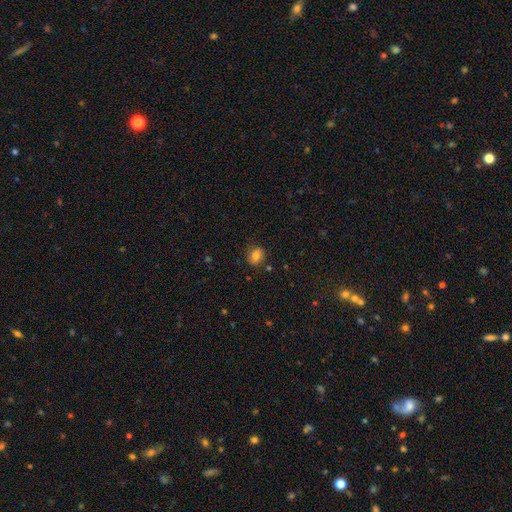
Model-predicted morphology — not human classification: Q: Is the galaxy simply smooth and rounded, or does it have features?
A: smooth — 75%.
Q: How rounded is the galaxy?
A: round — 57%.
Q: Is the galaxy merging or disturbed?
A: none — 78%.